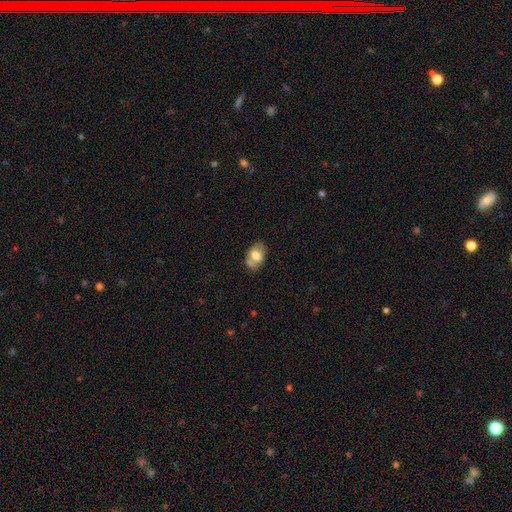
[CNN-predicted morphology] Q: Smooth or featured?
A: smooth (65%); runner-up: featured or disk (27%)
Q: How rounded?
A: in between (84%); runner-up: round (15%)
Q: Merging?
A: none (54%); runner-up: minor disturbance (23%)